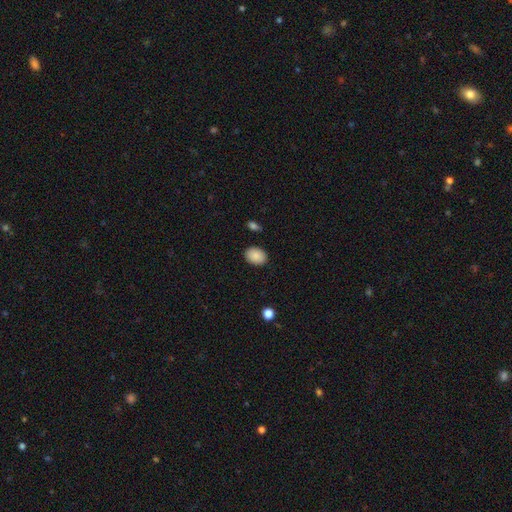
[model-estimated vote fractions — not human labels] Overall: smooth (89%). How rounded: in between (74%). Merging: none (88%).